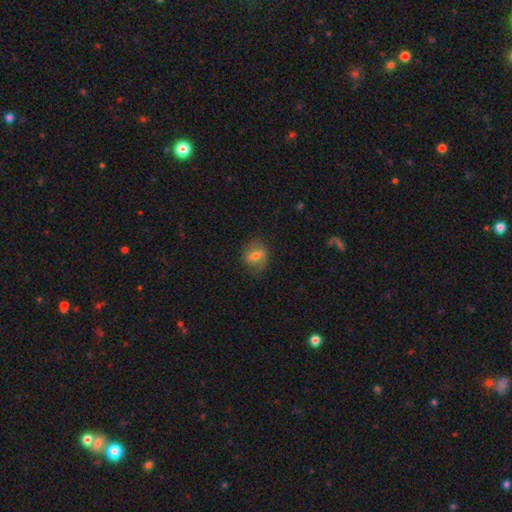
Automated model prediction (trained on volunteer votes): smooth 60%, featured or disk 32%, star or artifact 9%. Down the decision tree: how rounded — in between (58%); merging — none (73%).